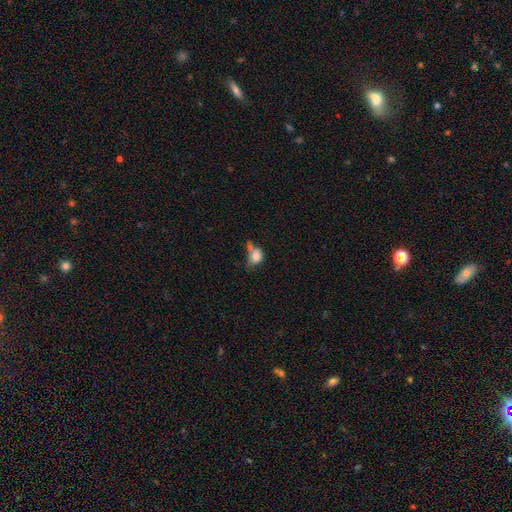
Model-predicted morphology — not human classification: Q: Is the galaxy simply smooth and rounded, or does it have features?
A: smooth — 78%.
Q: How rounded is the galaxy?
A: in between — 59%.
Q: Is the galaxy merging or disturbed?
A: merger — 29%.